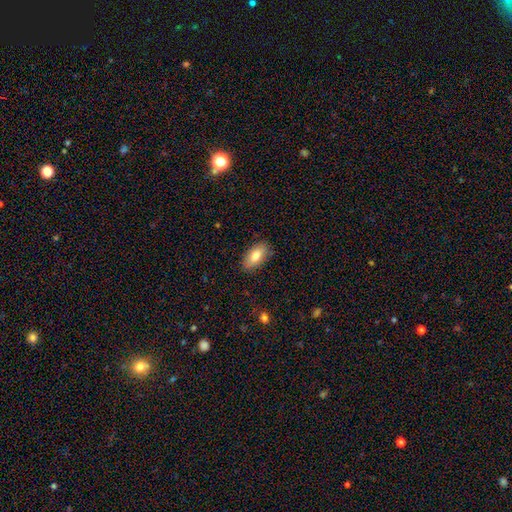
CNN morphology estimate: smooth 80%, featured or disk 14%, star or artifact 7%. Down the decision tree: how rounded — in between (91%); merging — none (86%).